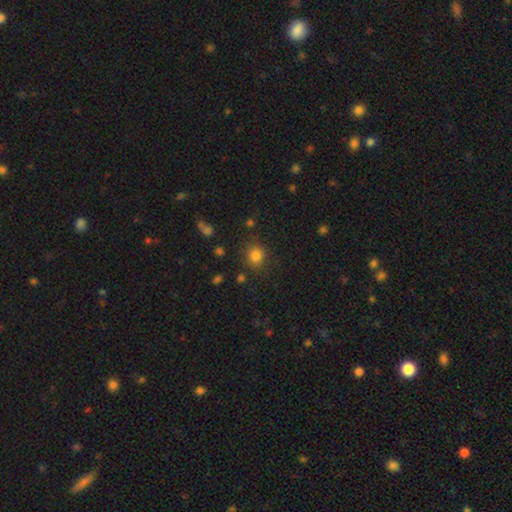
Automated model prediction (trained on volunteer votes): Smooth or featured: smooth — 81% (star or artifact — 13%)
How rounded: round — 81% (in between — 18%)
Merging: none — 83% (minor disturbance — 10%)